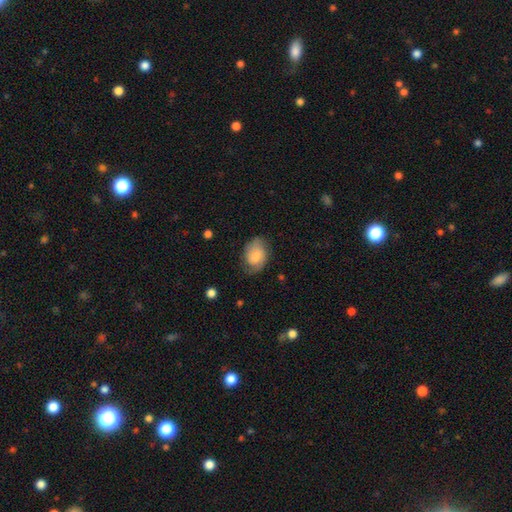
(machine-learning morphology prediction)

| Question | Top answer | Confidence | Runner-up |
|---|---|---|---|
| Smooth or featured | smooth | 61% | featured or disk (31%) |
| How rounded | in between | 72% | round (27%) |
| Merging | none | 63% | minor disturbance (27%) |